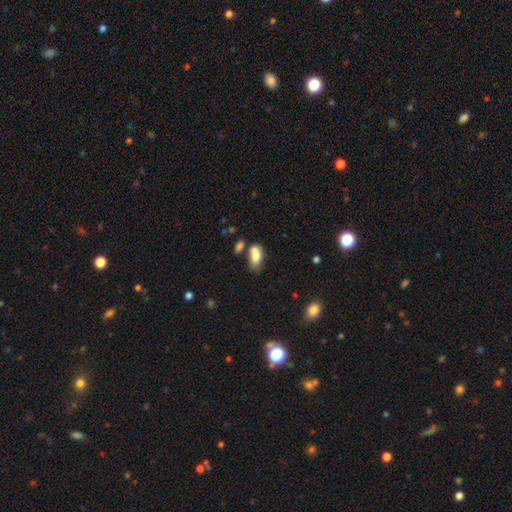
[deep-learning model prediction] A smooth galaxy with no disk features (80%) that is in between round and cigar-shaped (88%). Merging: none (36%).